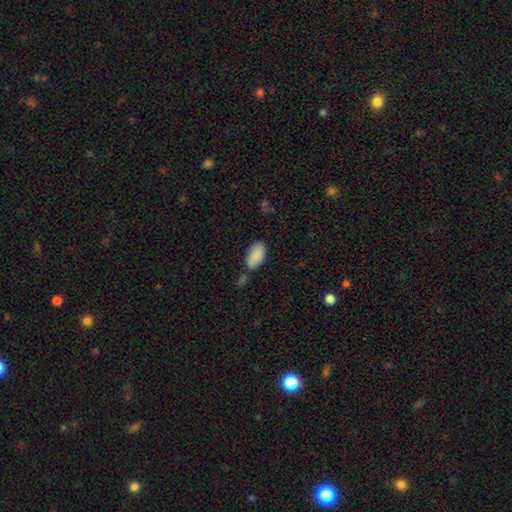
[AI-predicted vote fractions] Smooth or featured?
  - smooth: 88% *
  - star or artifact: 7%
  - featured or disk: 6%
How rounded?
  - in between: 95% *
  - round: 3%
  - cigar-shaped: 2%
Merging?
  - none: 62% *
  - minor disturbance: 20%
  - merger: 13%
  - major disturbance: 5%